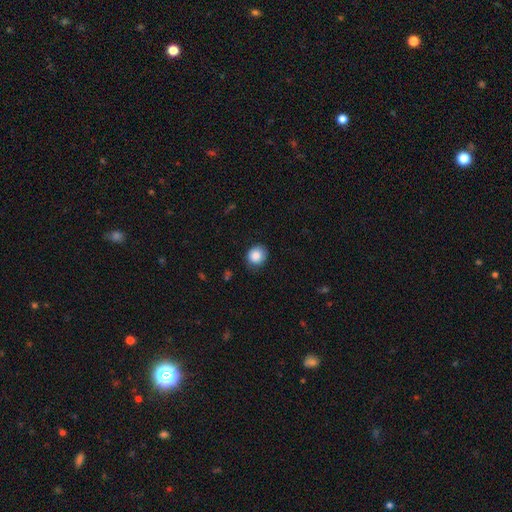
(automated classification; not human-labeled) The model was most divided on "how rounded": round: 80%, in between: 19%, cigar-shaped: 1%. More confident: smooth or featured — smooth (86%); merging — none (79%).